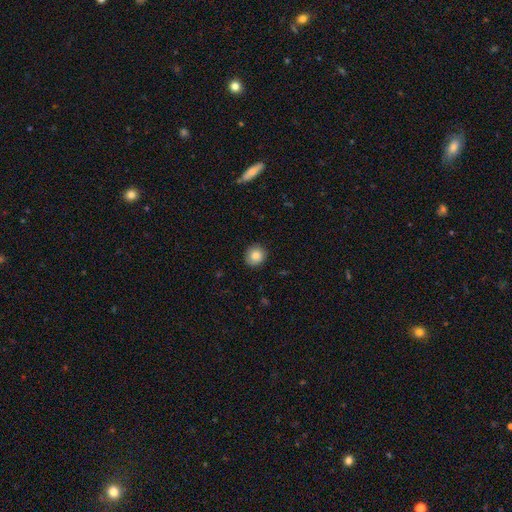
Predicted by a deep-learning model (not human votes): The model was most divided on "how rounded": round: 87%, in between: 12%, cigar-shaped: 1%. More confident: merging — none (90%); smooth or featured — smooth (85%).